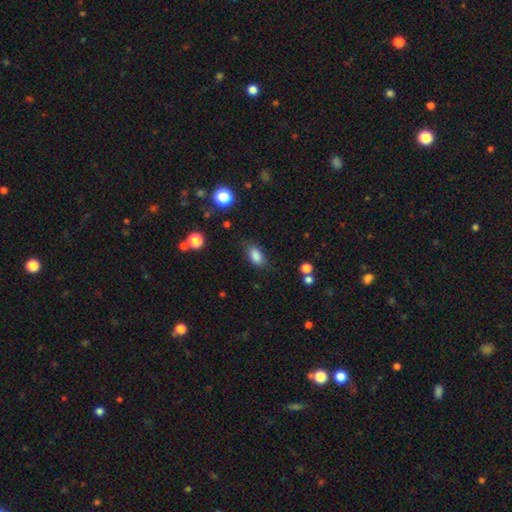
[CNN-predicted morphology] Q: Smooth or featured?
A: smooth (85%); runner-up: star or artifact (9%)
Q: How rounded?
A: in between (87%); runner-up: round (10%)
Q: Merging?
A: none (78%); runner-up: minor disturbance (15%)